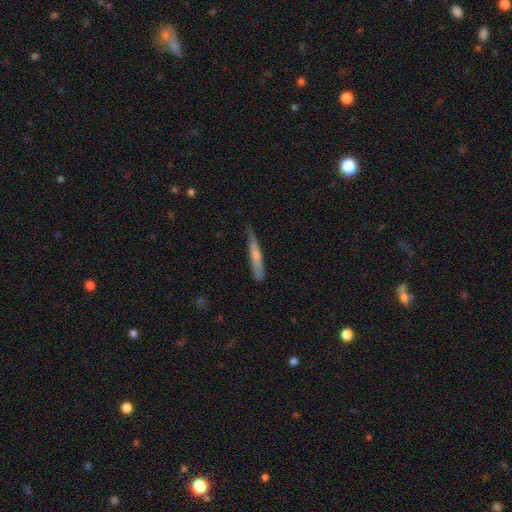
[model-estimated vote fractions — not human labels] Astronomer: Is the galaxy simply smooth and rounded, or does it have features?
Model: smooth — 58% (runner-up: featured or disk, 36%).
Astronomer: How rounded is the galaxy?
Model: cigar-shaped — 92%.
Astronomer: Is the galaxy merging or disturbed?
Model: none — 61%.